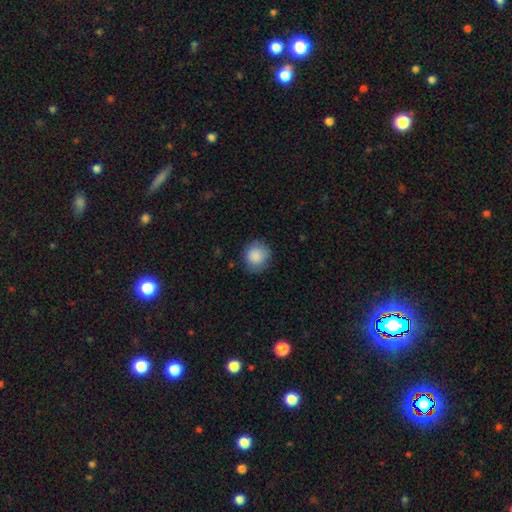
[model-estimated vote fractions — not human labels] Smooth or featured?
  - smooth: 88% *
  - star or artifact: 8%
  - featured or disk: 4%
How rounded?
  - round: 89% *
  - in between: 10%
  - cigar-shaped: 1%
Merging?
  - none: 83% *
  - minor disturbance: 12%
  - major disturbance: 3%
  - merger: 1%